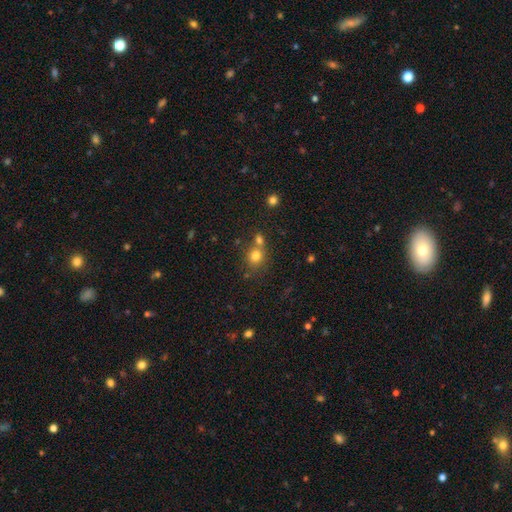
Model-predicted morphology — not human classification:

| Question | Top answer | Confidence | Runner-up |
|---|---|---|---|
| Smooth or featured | smooth | 78% | star or artifact (14%) |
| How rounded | round | 77% | in between (22%) |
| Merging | none | 55% | merger (33%) |